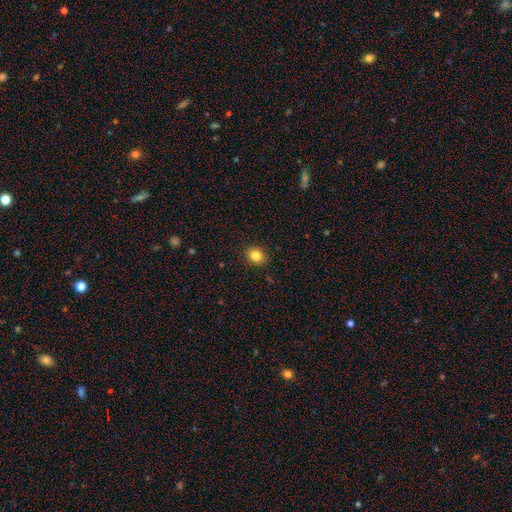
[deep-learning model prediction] A smooth galaxy with no disk features (83%) that is round (54%).

Vote fractions:
- Smooth or featured? smooth: 83% / star or artifact: 11% / featured or disk: 6%
- How rounded? round: 54% / in between: 45% / cigar-shaped: 1%
- Merging? none: 89% / minor disturbance: 8% / major disturbance: 2% / merger: 1%